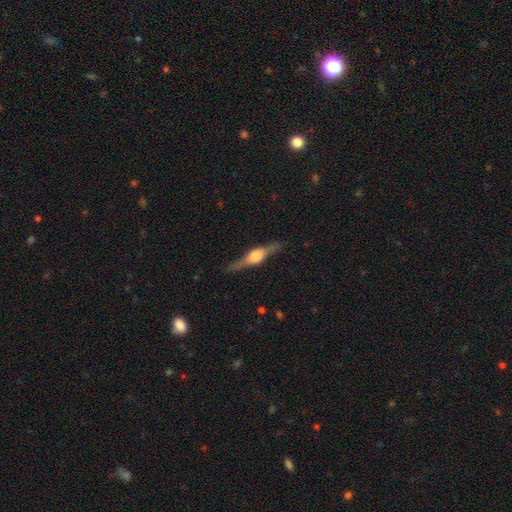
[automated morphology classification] Q: Smooth or featured?
A: featured or disk (79%); runner-up: smooth (16%)
Q: Edge-on disk?
A: yes (97%); runner-up: no (3%)
Q: Edge-on bulge?
A: rounded (85%); runner-up: boxy (14%)
Q: Merging?
A: none (86%); runner-up: minor disturbance (10%)